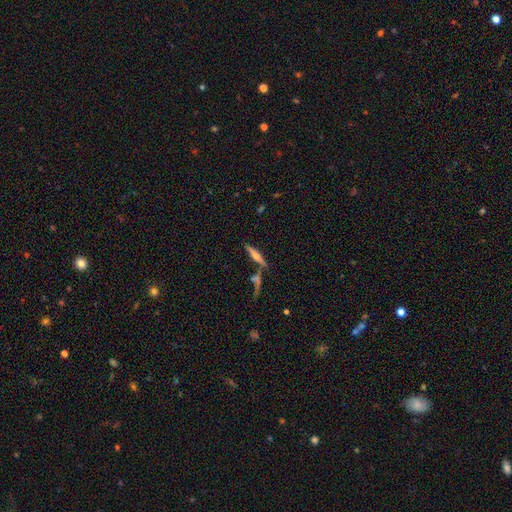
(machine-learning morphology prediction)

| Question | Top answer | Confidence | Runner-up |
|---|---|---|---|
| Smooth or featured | featured or disk | 66% | smooth (26%) |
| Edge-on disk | yes | 96% | no (4%) |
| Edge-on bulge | rounded | 88% | boxy (6%) |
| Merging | none | 70% | merger (16%) |